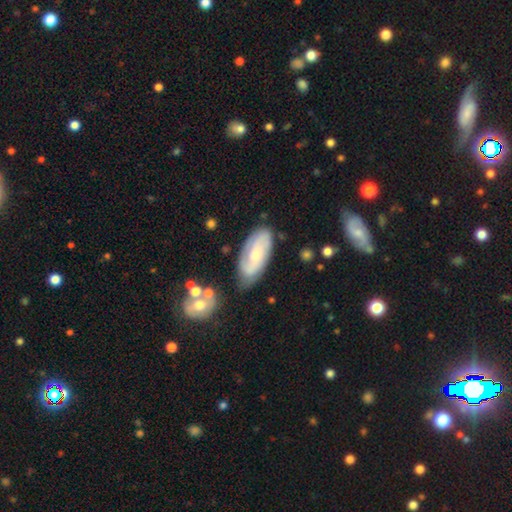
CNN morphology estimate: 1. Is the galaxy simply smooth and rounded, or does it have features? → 53% featured or disk, 41% smooth, 6% star or artifact.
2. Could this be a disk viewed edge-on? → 91% no, 9% yes.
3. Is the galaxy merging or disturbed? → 68% none, 21% minor disturbance, 6% major disturbance, 4% merger.